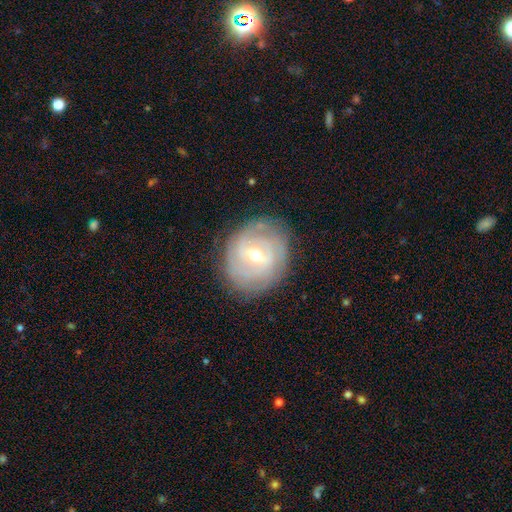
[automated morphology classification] Smooth or featured? Predicted: featured or disk (p=0.79). Edge-on disk? Predicted: no (p=0.97). Bar? Predicted: weak (p=0.56). Spiral arms? Predicted: yes (p=0.87). Spiral winding? Predicted: tight (p=0.71). Spiral arm count? Predicted: can't tell (p=0.43). Bulge size? Predicted: moderate (p=0.49). Merging? Predicted: none (p=0.80).